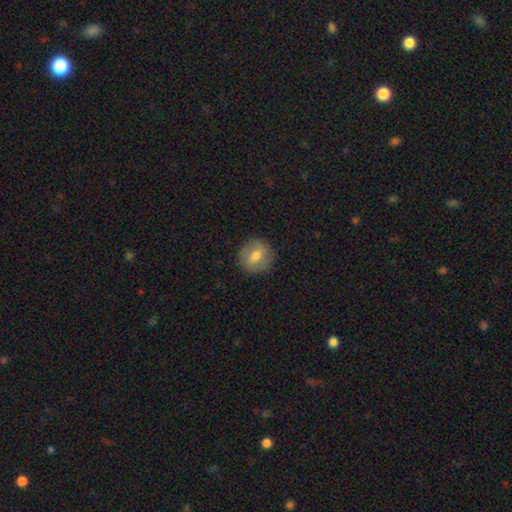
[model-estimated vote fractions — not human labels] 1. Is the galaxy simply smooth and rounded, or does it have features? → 63% smooth, 29% featured or disk, 8% star or artifact.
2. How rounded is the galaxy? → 86% round, 13% in between, 1% cigar-shaped.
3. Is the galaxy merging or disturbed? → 87% none, 9% minor disturbance, 3% major disturbance, 1% merger.